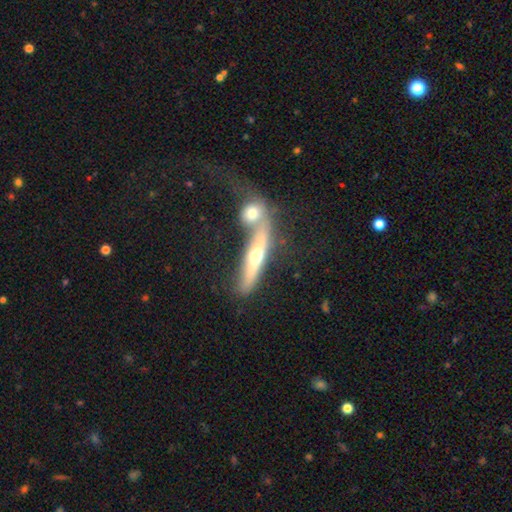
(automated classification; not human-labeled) A featured or disk galaxy (57%) viewed edge-on (85%).

Vote fractions:
- Smooth or featured? featured or disk: 57% / smooth: 36% / star or artifact: 7%
- Edge-on disk? yes: 85% / no: 15%
- Merging? merger: 44% / none: 41% / minor disturbance: 10% / major disturbance: 5%